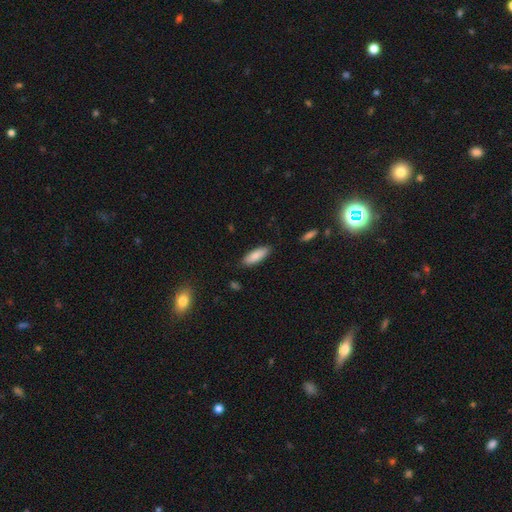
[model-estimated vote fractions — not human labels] This appears to be a smooth galaxy with no disk features (86%) that is in between round and cigar-shaped (62%). Merging: none (84%).